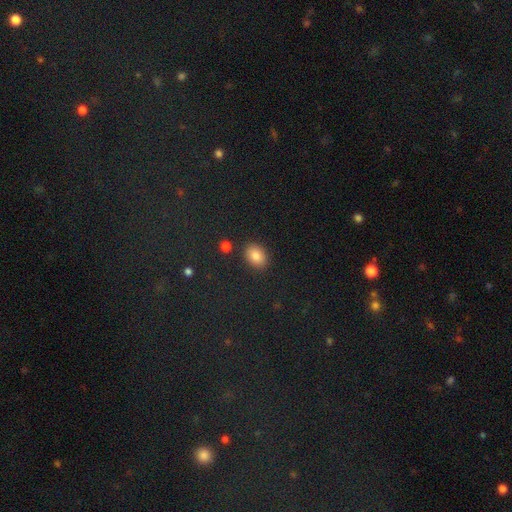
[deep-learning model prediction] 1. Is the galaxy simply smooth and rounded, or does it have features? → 84% smooth, 10% star or artifact, 6% featured or disk.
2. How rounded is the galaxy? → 70% in between, 28% round, 1% cigar-shaped.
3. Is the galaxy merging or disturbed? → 87% none, 8% minor disturbance, 2% merger, 2% major disturbance.